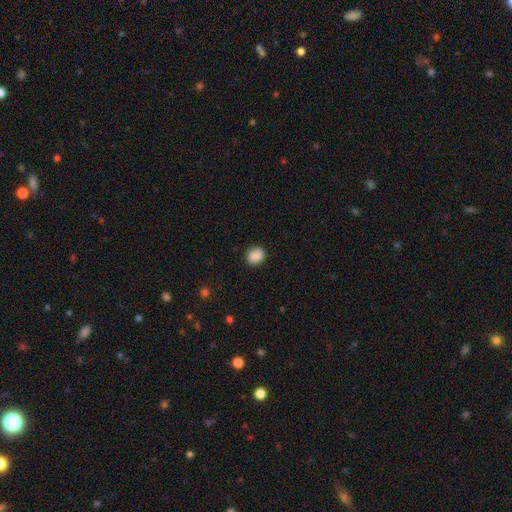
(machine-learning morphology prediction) Q: Smooth or featured?
A: smooth (89%); runner-up: star or artifact (8%)
Q: How rounded?
A: round (55%); runner-up: in between (44%)
Q: Merging?
A: none (86%); runner-up: minor disturbance (10%)